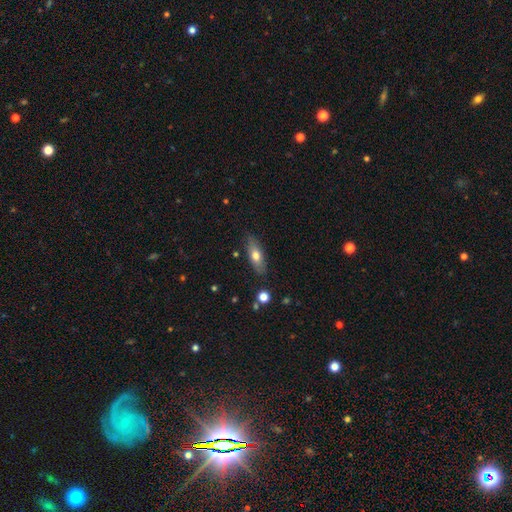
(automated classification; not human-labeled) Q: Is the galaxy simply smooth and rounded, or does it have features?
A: smooth — 68%.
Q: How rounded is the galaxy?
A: in between — 70%.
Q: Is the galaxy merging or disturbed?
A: none — 82%.